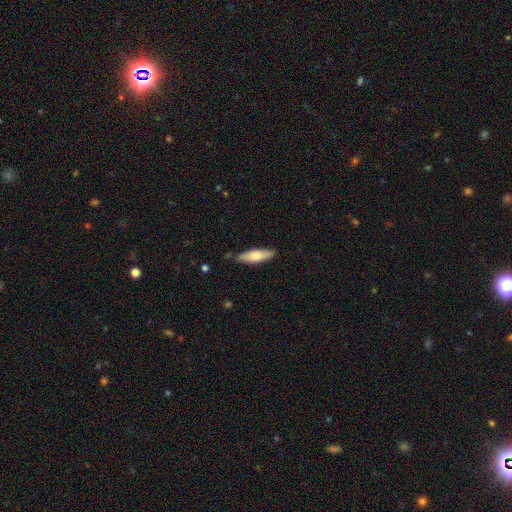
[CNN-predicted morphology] Smooth or featured? smooth (69%)
How rounded? cigar-shaped (56%)
Merging? none (82%)